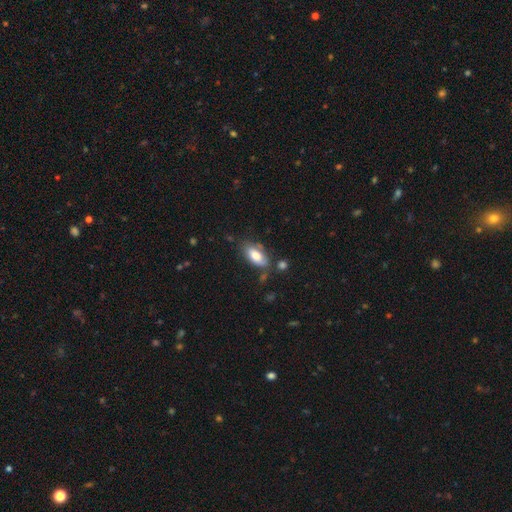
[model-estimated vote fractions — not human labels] Smooth or featured? smooth (78%)
How rounded? in between (89%)
Merging? none (68%)